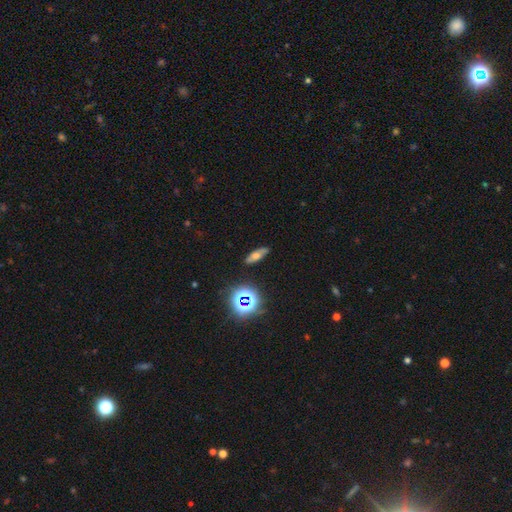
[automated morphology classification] Q: Smooth or featured?
A: smooth (49%); runner-up: featured or disk (29%)
Q: Merging?
A: none (82%); runner-up: minor disturbance (13%)